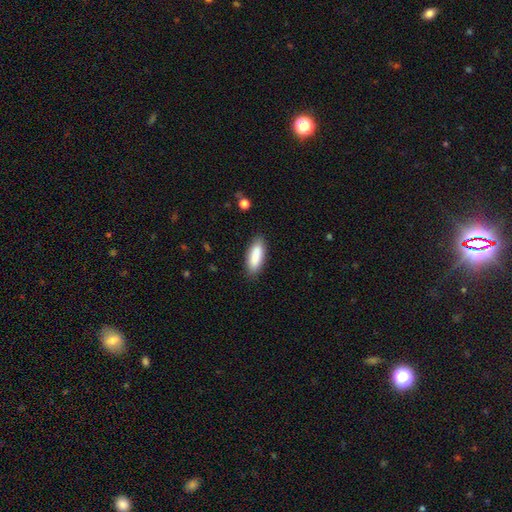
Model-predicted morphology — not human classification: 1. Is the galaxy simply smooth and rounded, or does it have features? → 87% smooth, 7% featured or disk, 6% star or artifact.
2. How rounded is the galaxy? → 62% in between, 37% cigar-shaped, 2% round.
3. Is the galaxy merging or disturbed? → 86% none, 11% minor disturbance, 2% major disturbance, 1% merger.